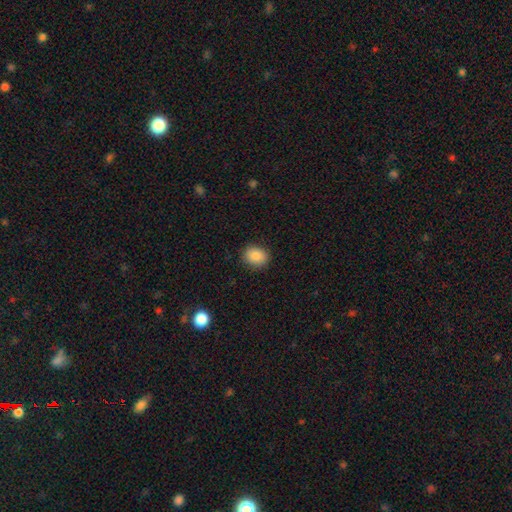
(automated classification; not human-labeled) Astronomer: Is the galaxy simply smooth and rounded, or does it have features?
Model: smooth — 87%.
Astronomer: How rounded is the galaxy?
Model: round — 50% (runner-up: in between, 49%).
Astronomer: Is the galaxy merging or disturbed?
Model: none — 88%.